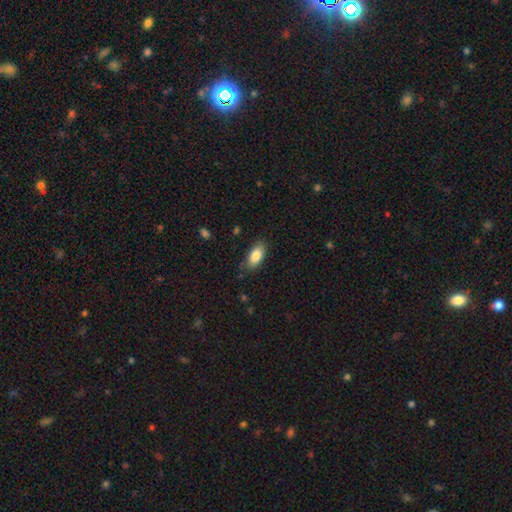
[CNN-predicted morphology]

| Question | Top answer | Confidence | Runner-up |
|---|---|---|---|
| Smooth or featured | smooth | 85% | featured or disk (8%) |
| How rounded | in between | 91% | cigar-shaped (6%) |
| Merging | none | 78% | minor disturbance (17%) |